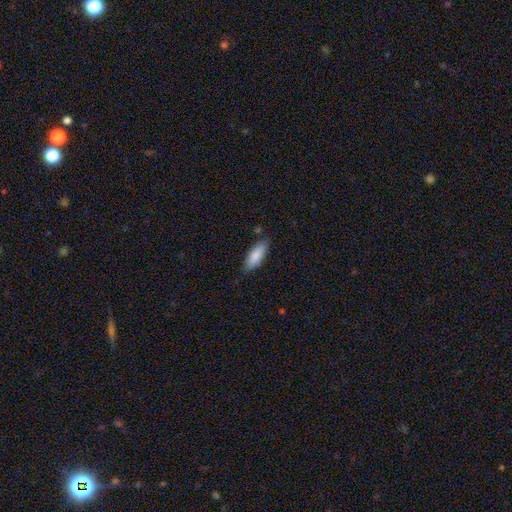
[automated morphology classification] smooth_or_featured: smooth (p=0.86) [alt: featured or disk p=0.08]
how_rounded: in between (p=0.70) [alt: cigar-shaped p=0.29]
merging: none (p=0.80) [alt: minor disturbance p=0.15]